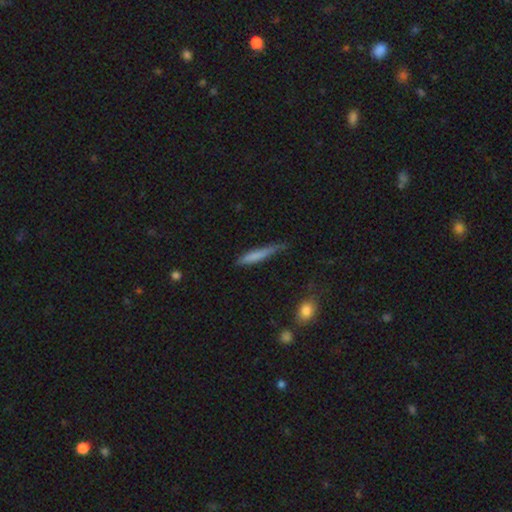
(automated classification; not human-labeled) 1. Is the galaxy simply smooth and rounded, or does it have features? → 75% smooth, 18% featured or disk, 7% star or artifact.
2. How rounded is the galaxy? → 90% cigar-shaped, 8% in between, 2% round.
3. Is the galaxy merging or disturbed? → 59% none, 30% minor disturbance, 7% major disturbance, 3% merger.